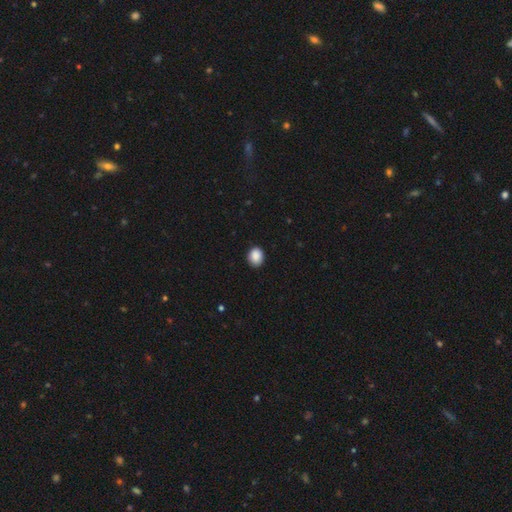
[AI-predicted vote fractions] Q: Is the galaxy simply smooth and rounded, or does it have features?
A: smooth — 89%.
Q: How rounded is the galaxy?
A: round — 62%.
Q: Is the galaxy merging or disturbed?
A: none — 88%.